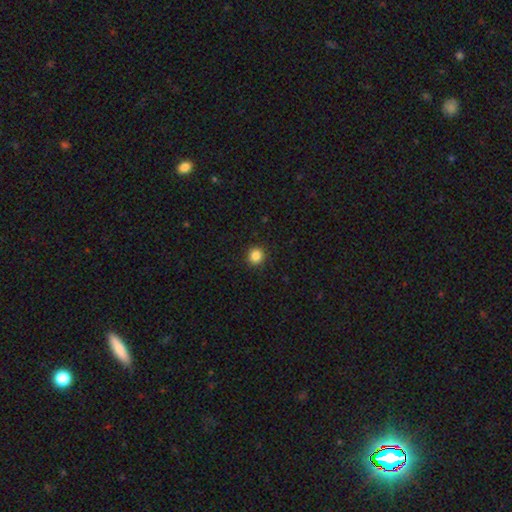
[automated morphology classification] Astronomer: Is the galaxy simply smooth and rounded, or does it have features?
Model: smooth — 86%.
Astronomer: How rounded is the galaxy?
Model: round — 89%.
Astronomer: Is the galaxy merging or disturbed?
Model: none — 92%.